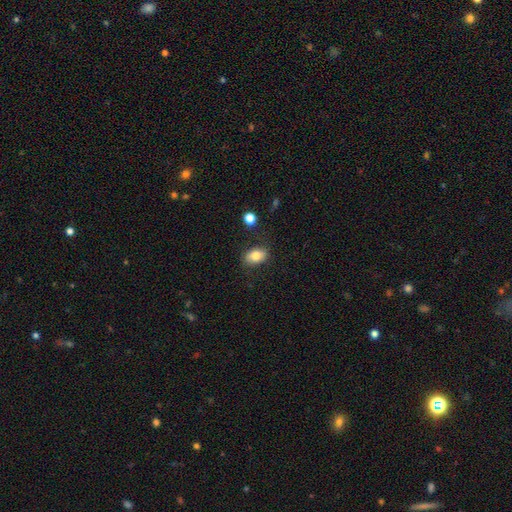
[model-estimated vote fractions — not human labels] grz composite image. It shows a smooth galaxy with no disk features (79%) that is in between round and cigar-shaped (85%). Merging: none (80%).